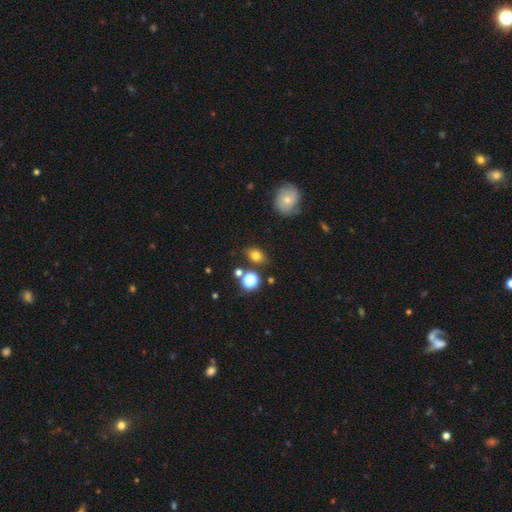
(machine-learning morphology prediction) Smooth or featured: smooth — 76% (star or artifact — 15%)
How rounded: in between — 64% (round — 34%)
Merging: none — 78% (minor disturbance — 13%)